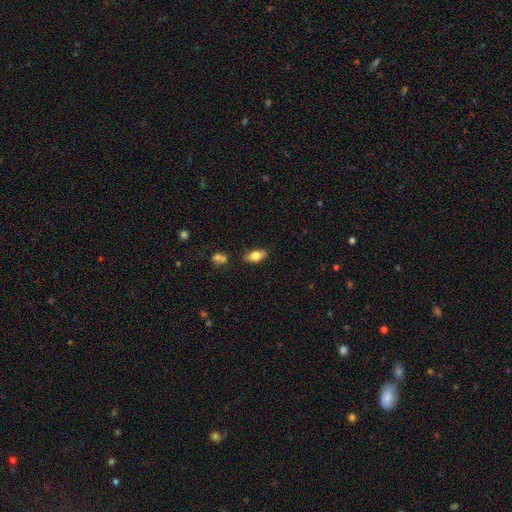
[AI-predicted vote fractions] smooth 71%, featured or disk 22%, star or artifact 7%. Down the decision tree: how rounded — in between (83%); merging — none (81%).